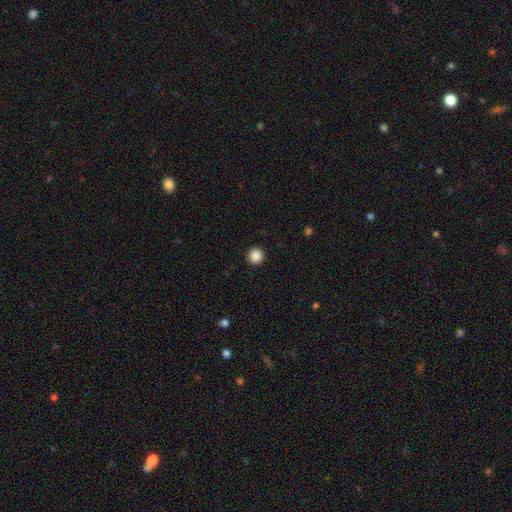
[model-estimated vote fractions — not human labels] Smooth or featured?
  - smooth: 88% *
  - star or artifact: 10%
  - featured or disk: 3%
How rounded?
  - round: 94% *
  - in between: 5%
  - cigar-shaped: 1%
Merging?
  - none: 93% *
  - minor disturbance: 5%
  - major disturbance: 2%
  - merger: 1%